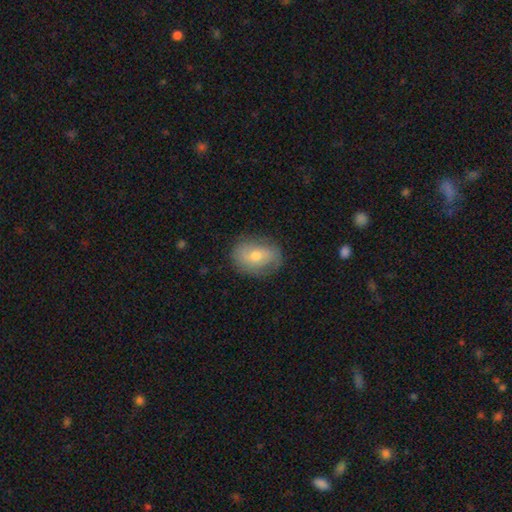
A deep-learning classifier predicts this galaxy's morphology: A smooth galaxy with no disk features (59%) that is in between round and cigar-shaped (67%).

Vote fractions:
- Smooth or featured? smooth: 59% / featured or disk: 33% / star or artifact: 8%
- How rounded? in between: 67% / round: 31% / cigar-shaped: 1%
- Merging? none: 76% / minor disturbance: 18% / major disturbance: 5% / merger: 1%